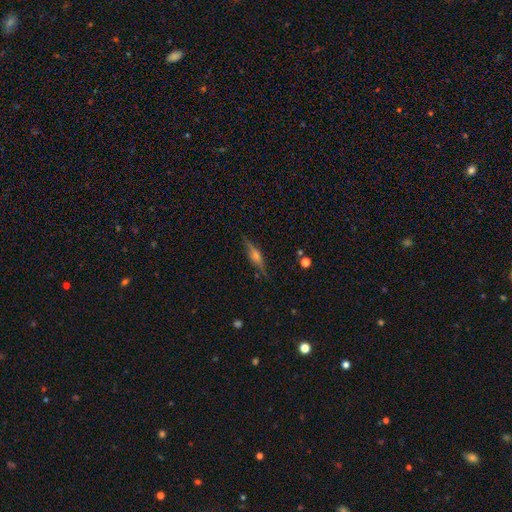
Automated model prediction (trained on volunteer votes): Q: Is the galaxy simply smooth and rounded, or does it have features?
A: featured or disk — 71%.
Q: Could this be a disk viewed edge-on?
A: yes — 95%.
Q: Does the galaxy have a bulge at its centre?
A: rounded — 87%.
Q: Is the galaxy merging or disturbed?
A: none — 86%.